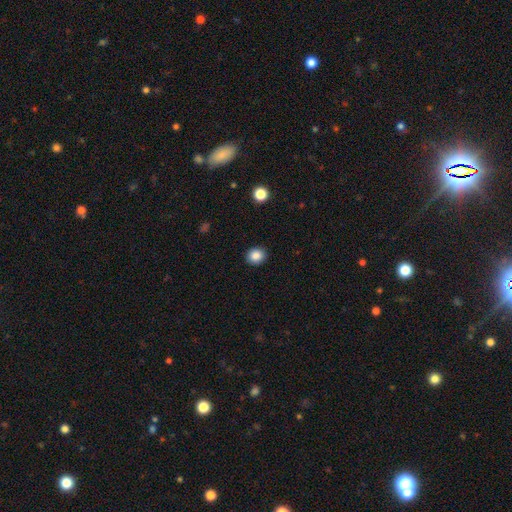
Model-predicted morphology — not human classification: Smooth or featured? smooth (87%)
How rounded? round (72%)
Merging? none (91%)